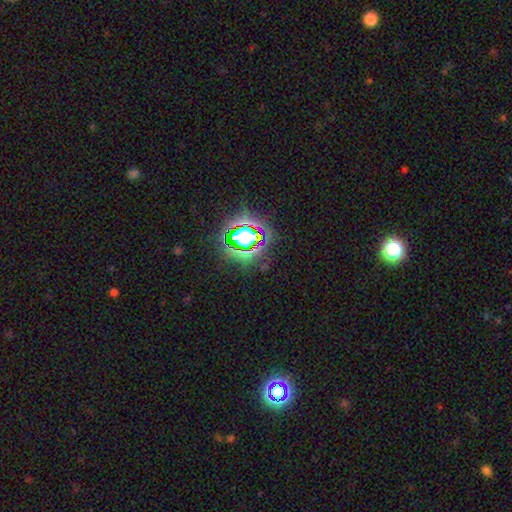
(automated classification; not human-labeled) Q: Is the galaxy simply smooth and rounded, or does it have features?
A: star or artifact — 78%.